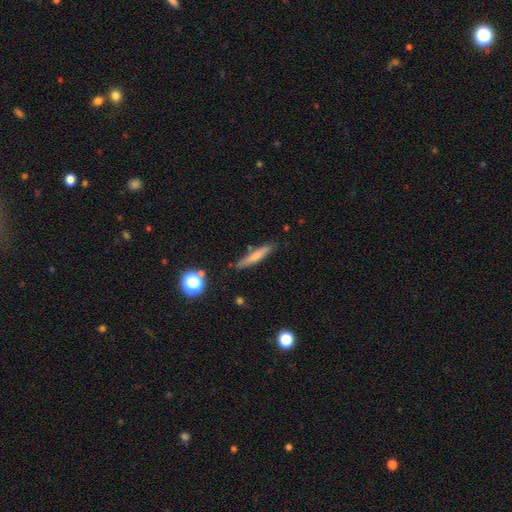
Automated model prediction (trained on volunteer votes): A smooth galaxy with no disk features (68%) that is cigar-shaped (88%).

Vote fractions:
- Smooth or featured? smooth: 68% / featured or disk: 24% / star or artifact: 8%
- How rounded? cigar-shaped: 88% / in between: 10% / round: 2%
- Merging? none: 81% / minor disturbance: 13% / merger: 3% / major disturbance: 3%